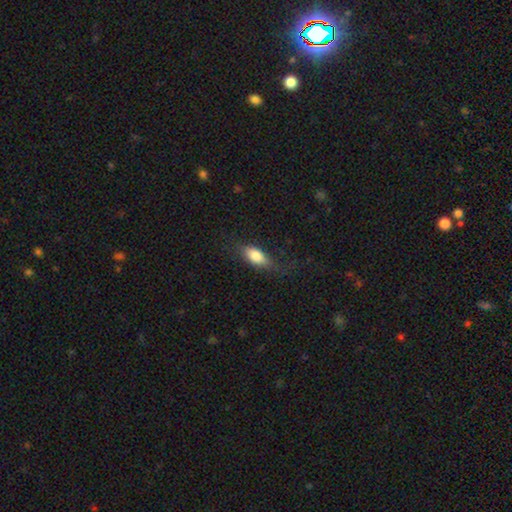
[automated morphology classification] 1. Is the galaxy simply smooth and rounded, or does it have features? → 80% smooth, 13% featured or disk, 7% star or artifact.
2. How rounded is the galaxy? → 83% in between, 12% cigar-shaped, 4% round.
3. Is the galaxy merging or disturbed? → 67% none, 21% minor disturbance, 11% major disturbance, 1% merger.